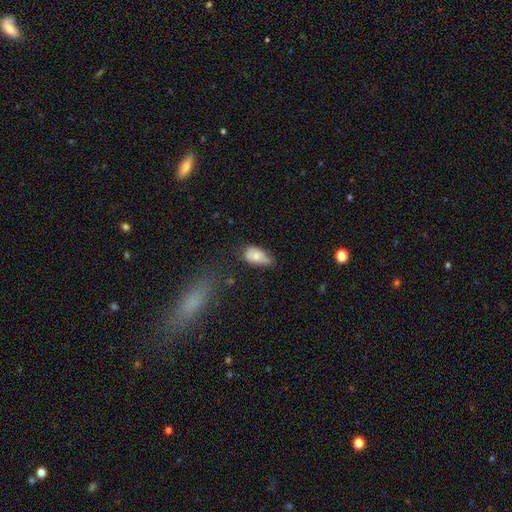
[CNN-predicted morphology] Smooth or featured: smooth — 71% (featured or disk — 21%)
How rounded: in between — 89% (round — 8%)
Merging: minor disturbance — 42% (none — 32%)